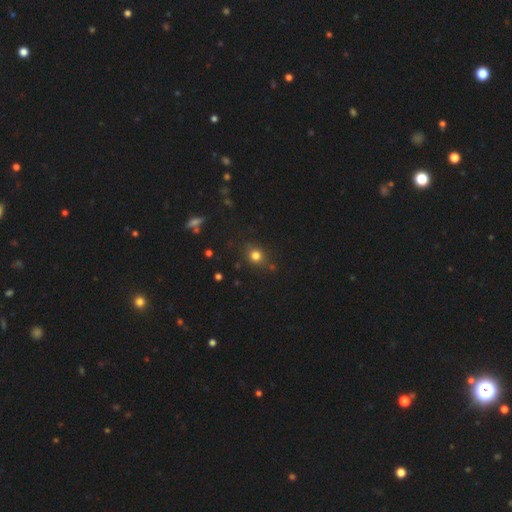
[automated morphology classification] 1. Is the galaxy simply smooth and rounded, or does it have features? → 78% smooth, 15% star or artifact, 7% featured or disk.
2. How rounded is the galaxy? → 79% round, 20% in between, 1% cigar-shaped.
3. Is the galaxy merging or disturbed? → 80% none, 13% minor disturbance, 4% major disturbance, 4% merger.